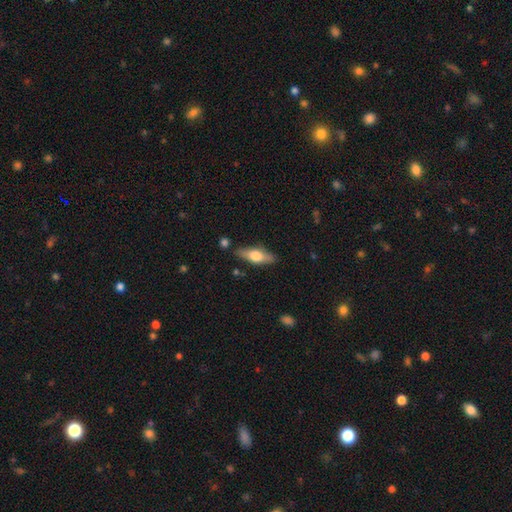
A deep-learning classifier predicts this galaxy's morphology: Q: Smooth or featured?
A: smooth (52%); runner-up: featured or disk (43%)
Q: How rounded?
A: in between (56%); runner-up: cigar-shaped (41%)
Q: Merging?
A: none (83%); runner-up: minor disturbance (11%)